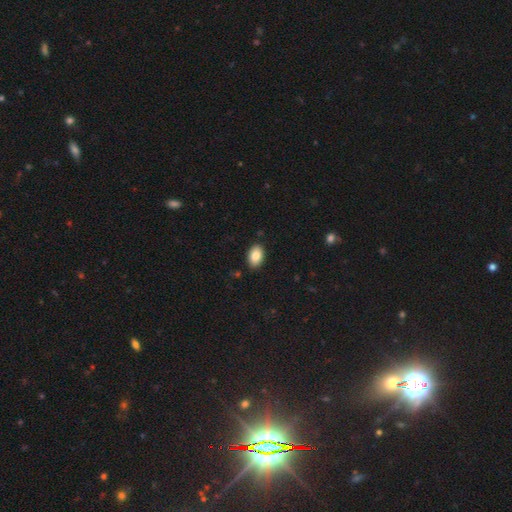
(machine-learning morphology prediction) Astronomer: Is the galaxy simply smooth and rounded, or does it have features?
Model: smooth — 84%.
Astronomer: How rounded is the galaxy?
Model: in between — 90%.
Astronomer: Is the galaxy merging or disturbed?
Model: none — 88%.